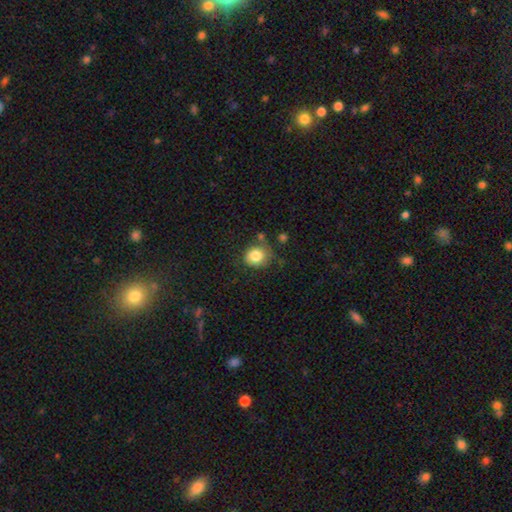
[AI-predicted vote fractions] Smooth or featured? Predicted: smooth (p=0.83). How rounded? Predicted: round (p=0.79). Merging? Predicted: none (p=0.67).